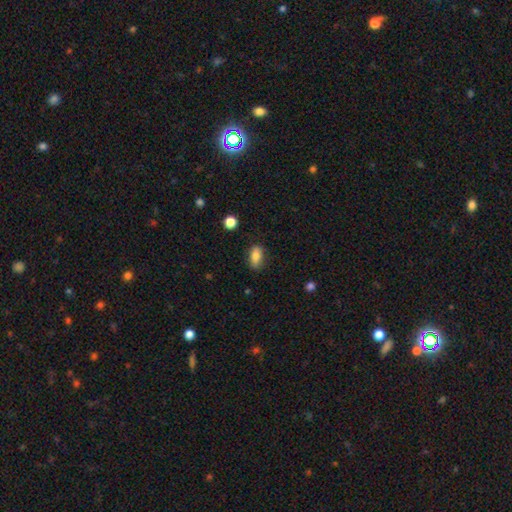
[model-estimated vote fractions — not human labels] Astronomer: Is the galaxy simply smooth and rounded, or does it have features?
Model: smooth — 83%.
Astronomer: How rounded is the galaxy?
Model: in between — 88%.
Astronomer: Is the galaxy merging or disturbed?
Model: none — 81%.